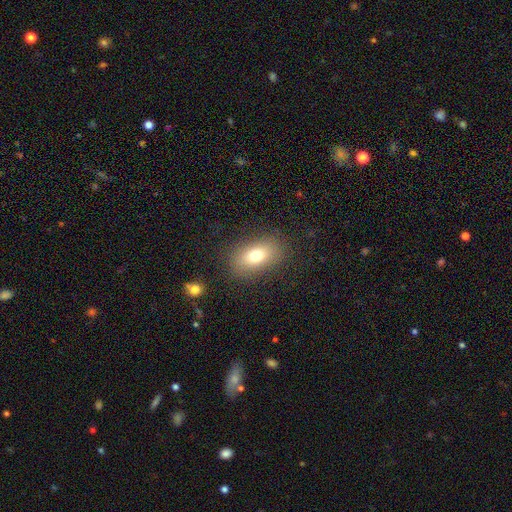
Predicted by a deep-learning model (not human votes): smooth-or-featured: smooth: 73% | featured or disk: 16% | star or artifact: 11%
  how-rounded: in between: 85% | round: 12% | cigar-shaped: 3%
  merging: none: 84% | minor disturbance: 11% | major disturbance: 4% | merger: 1%